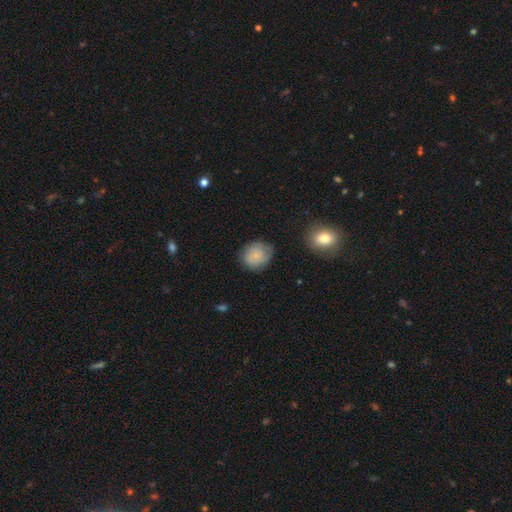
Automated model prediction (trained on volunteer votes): smooth_or_featured: smooth (p=0.78) [alt: featured or disk p=0.14]
how_rounded: round (p=0.74) [alt: in between p=0.25]
merging: none (p=0.72) [alt: minor disturbance p=0.21]